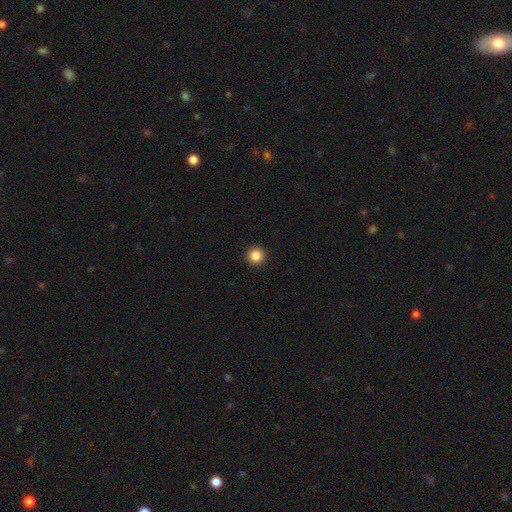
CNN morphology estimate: smooth 86%, star or artifact 11%, featured or disk 4%. Down the decision tree: how rounded — round (96%); merging — none (94%).